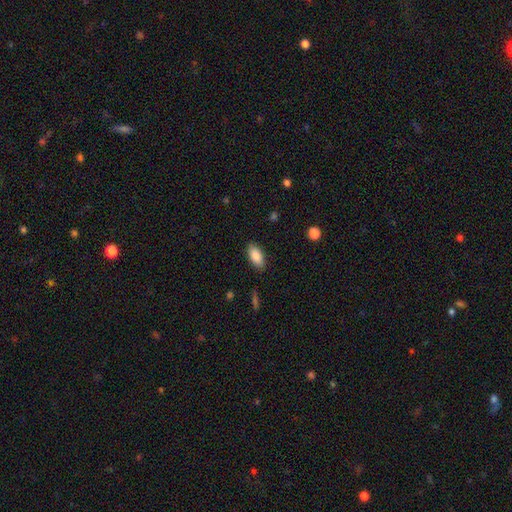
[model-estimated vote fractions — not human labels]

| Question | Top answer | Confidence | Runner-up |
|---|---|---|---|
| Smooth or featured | smooth | 86% | featured or disk (7%) |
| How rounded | in between | 91% | cigar-shaped (7%) |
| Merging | none | 87% | minor disturbance (9%) |